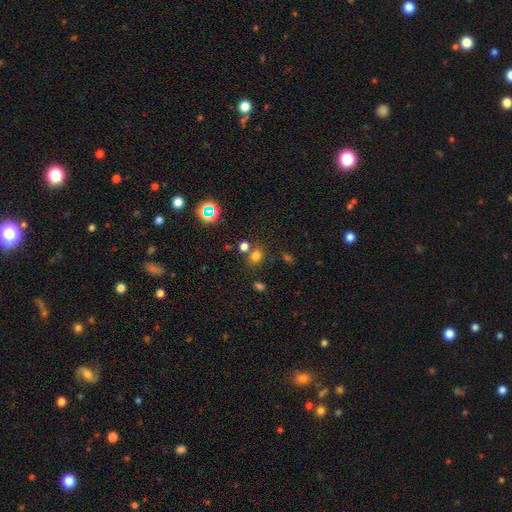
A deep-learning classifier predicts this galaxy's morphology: Smooth or featured?
  - smooth: 69% *
  - star or artifact: 23%
  - featured or disk: 7%
How rounded?
  - round: 68% *
  - in between: 31%
  - cigar-shaped: 1%
Merging?
  - none: 65% *
  - merger: 20%
  - minor disturbance: 10%
  - major disturbance: 4%